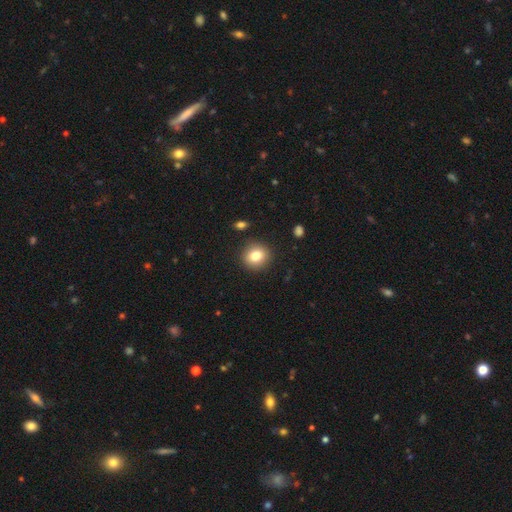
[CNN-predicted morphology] smooth_or_featured: smooth (p=0.81) [alt: star or artifact p=0.10]
how_rounded: round (p=0.83) [alt: in between p=0.16]
merging: none (p=0.90) [alt: minor disturbance p=0.07]